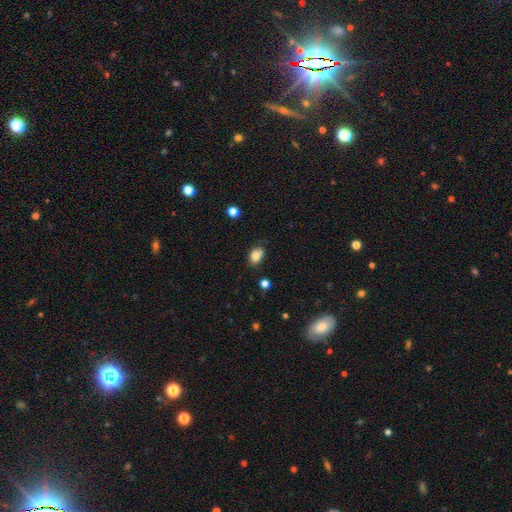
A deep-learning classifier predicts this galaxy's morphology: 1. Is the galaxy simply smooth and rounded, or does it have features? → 79% smooth, 11% star or artifact, 10% featured or disk.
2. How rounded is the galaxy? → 65% in between, 34% round, 1% cigar-shaped.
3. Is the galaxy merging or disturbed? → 57% none, 25% minor disturbance, 12% merger, 6% major disturbance.